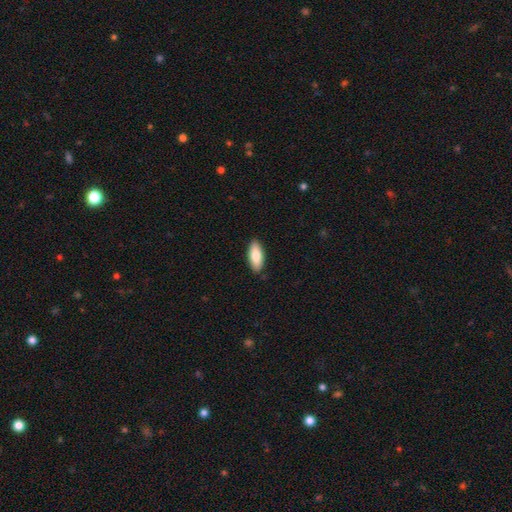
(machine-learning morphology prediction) smooth 81%, featured or disk 13%, star or artifact 6%. Down the decision tree: how rounded — in between (77%); merging — none (89%).